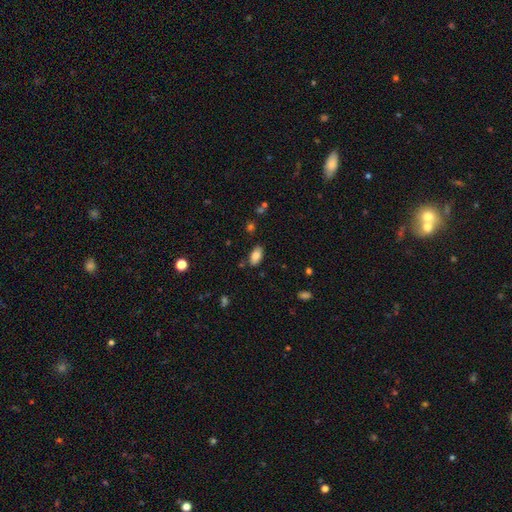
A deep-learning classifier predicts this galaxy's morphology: Q: Smooth or featured?
A: smooth (82%); runner-up: featured or disk (10%)
Q: How rounded?
A: in between (93%); runner-up: round (3%)
Q: Merging?
A: none (82%); runner-up: minor disturbance (12%)